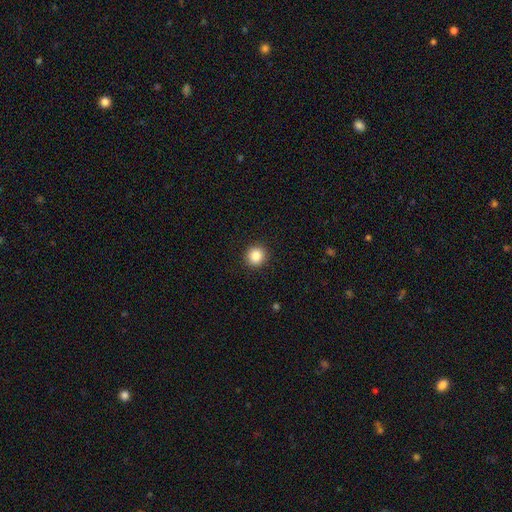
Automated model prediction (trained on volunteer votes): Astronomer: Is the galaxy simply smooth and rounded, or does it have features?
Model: smooth — 85%.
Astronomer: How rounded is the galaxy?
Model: round — 92%.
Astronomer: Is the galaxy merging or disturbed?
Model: none — 93%.